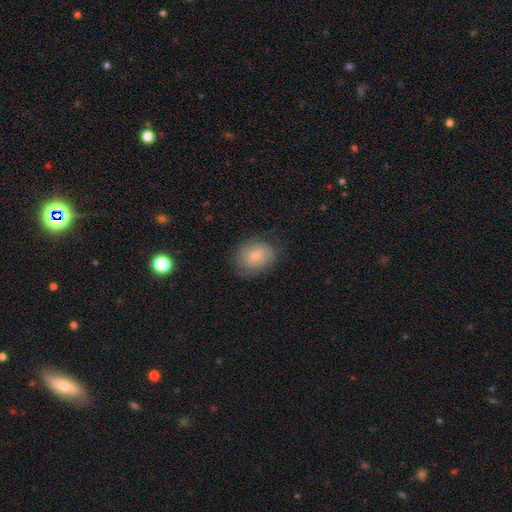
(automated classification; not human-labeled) smooth 63%, featured or disk 29%, star or artifact 8%. Down the decision tree: how rounded — in between (57%); merging — none (67%).